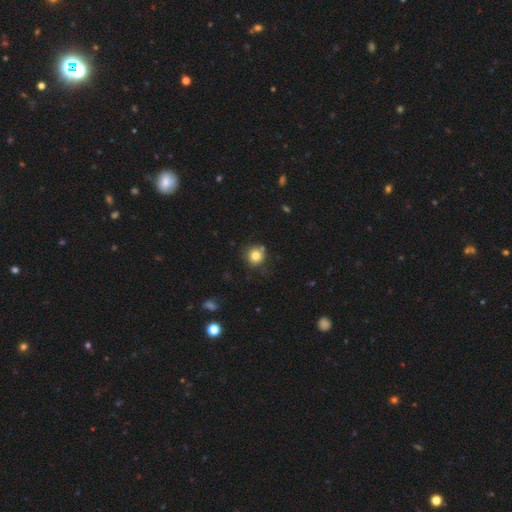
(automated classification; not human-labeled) smooth 82%, star or artifact 12%, featured or disk 7%. Down the decision tree: how rounded — round (91%); merging — none (77%).